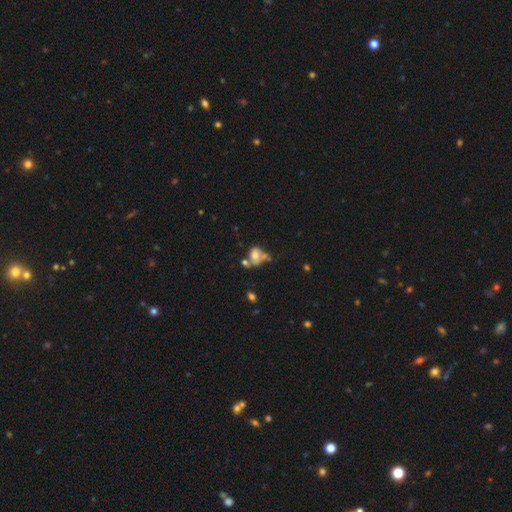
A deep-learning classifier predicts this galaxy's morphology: Smooth or featured: smooth — 56% (featured or disk — 31%)
How rounded: in between — 66% (round — 32%)
Merging: merger — 41% (none — 25%)